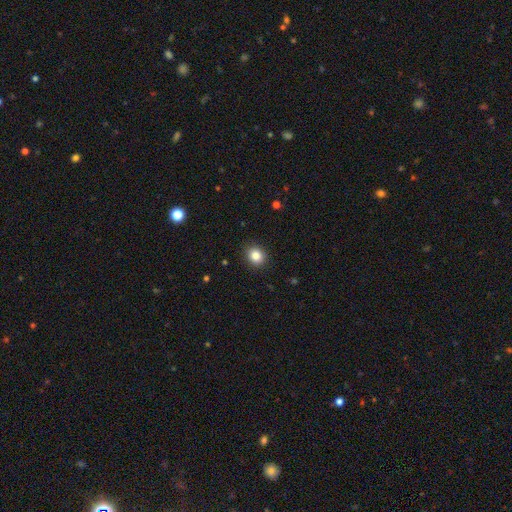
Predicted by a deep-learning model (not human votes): smooth_or_featured: smooth (p=0.85) [alt: star or artifact p=0.10]
how_rounded: round (p=0.71) [alt: in between p=0.28]
merging: none (p=0.90) [alt: minor disturbance p=0.07]